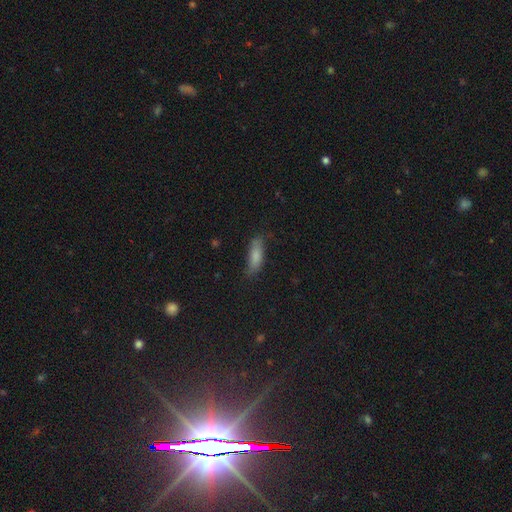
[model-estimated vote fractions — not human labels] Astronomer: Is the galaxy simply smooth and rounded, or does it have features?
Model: smooth — 80%.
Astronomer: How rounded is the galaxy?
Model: in between — 53% (runner-up: cigar-shaped, 44%).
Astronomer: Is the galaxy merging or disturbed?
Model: none — 70%.